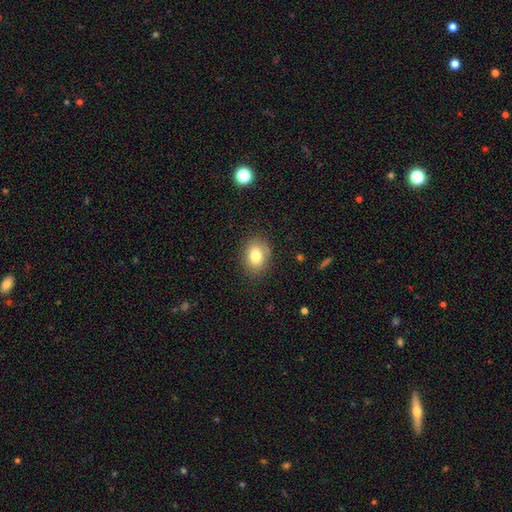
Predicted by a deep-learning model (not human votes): A smooth galaxy with no disk features (79%) that is in between round and cigar-shaped (64%).

Vote fractions:
- Smooth or featured? smooth: 79% / featured or disk: 12% / star or artifact: 10%
- How rounded? in between: 64% / round: 35% / cigar-shaped: 1%
- Merging? none: 82% / minor disturbance: 13% / major disturbance: 4% / merger: 1%